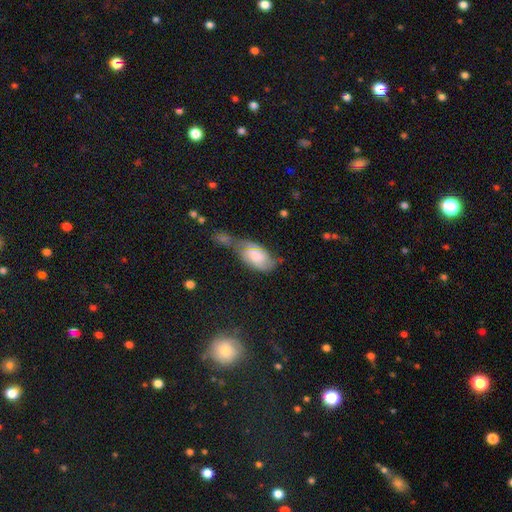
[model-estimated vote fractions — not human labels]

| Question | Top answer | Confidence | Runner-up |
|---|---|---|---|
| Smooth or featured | smooth | 55% | featured or disk (37%) |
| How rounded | in between | 91% | round (5%) |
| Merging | merger | 32% | none (23%) |